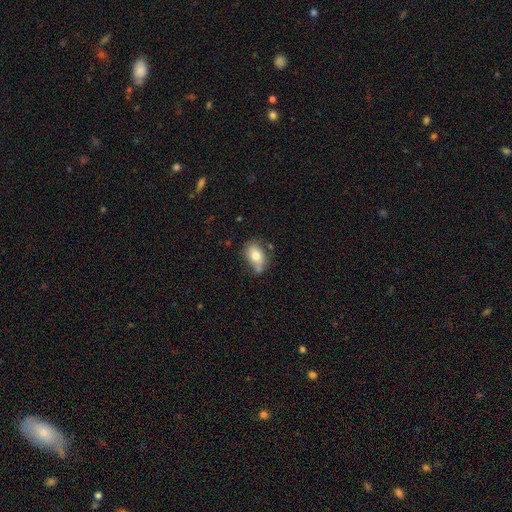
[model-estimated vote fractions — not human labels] This appears to be a smooth galaxy with no disk features (76%) that is in between round and cigar-shaped (82%). Merging: none (58%).